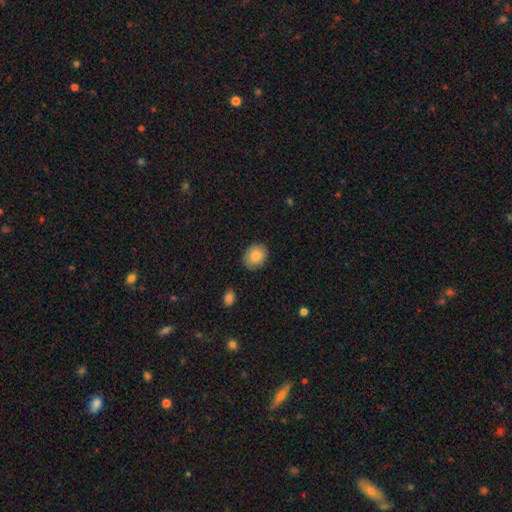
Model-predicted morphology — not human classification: smooth_or_featured: smooth (p=0.85) [alt: featured or disk p=0.08]
how_rounded: in between (p=0.51) [alt: round p=0.49]
merging: none (p=0.85) [alt: minor disturbance p=0.11]